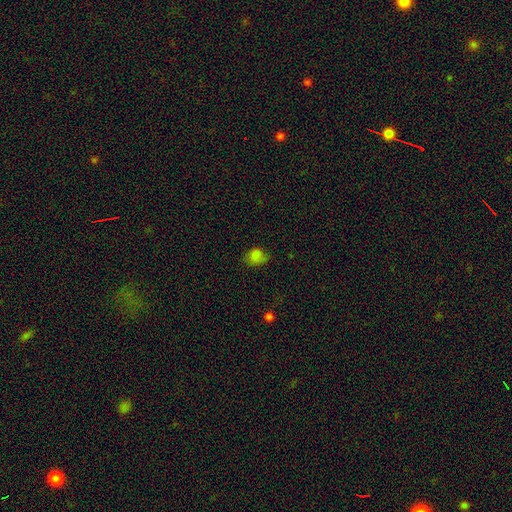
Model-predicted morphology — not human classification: smooth 79%, star or artifact 15%, featured or disk 6%. Down the decision tree: how rounded — round (54%); merging — none (60%).